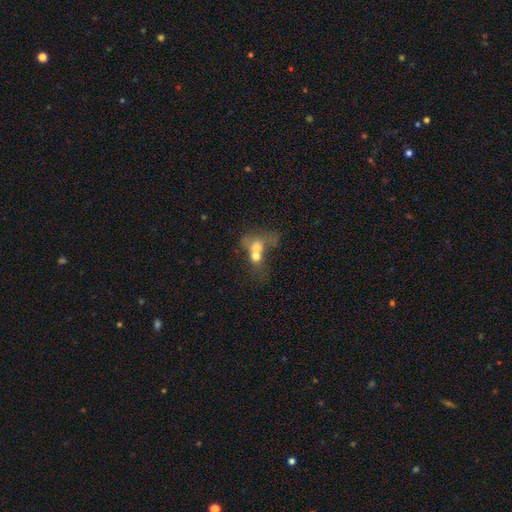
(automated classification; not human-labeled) Overall: smooth (59%; featured or disk 29%). How rounded: round (52%; in between 45%). Merging: merger (75%).